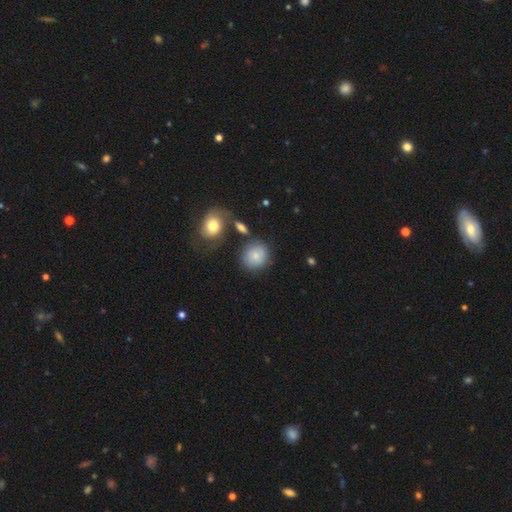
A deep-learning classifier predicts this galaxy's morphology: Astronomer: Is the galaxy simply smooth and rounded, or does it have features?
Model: smooth — 75%.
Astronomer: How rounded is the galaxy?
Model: round — 78%.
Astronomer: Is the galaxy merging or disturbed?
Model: none — 68%.